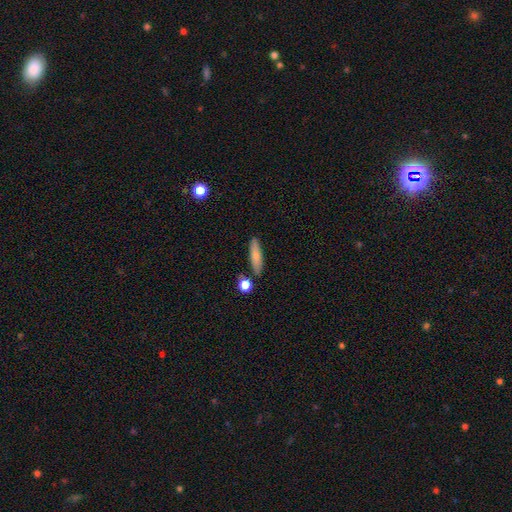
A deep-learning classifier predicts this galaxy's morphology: Smooth or featured: smooth — 75% (featured or disk — 18%)
How rounded: cigar-shaped — 69% (in between — 28%)
Merging: none — 81% (minor disturbance — 11%)